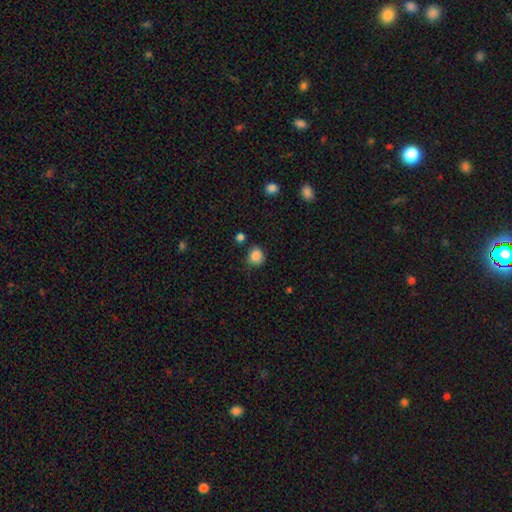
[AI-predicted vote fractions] smooth_or_featured: smooth (p=0.85) [alt: star or artifact p=0.10]
how_rounded: round (p=0.81) [alt: in between p=0.18]
merging: none (p=0.74) [alt: minor disturbance p=0.18]